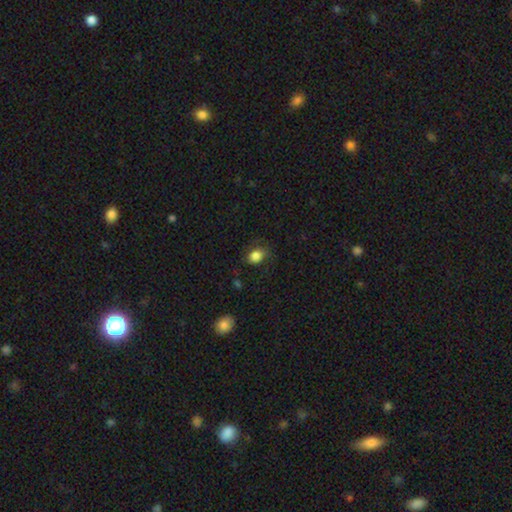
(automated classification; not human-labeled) smooth 84%, star or artifact 9%, featured or disk 7%. Down the decision tree: how rounded — in between (55%); merging — none (66%).